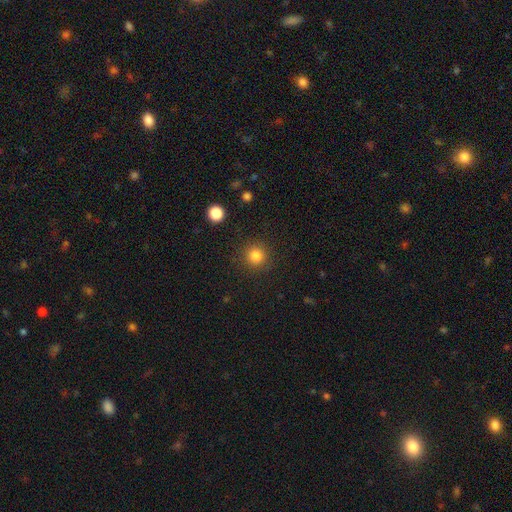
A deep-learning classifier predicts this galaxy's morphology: This is clearly a smooth galaxy (83%). How rounded: clearly round (94%). Merging: clearly none (90%).